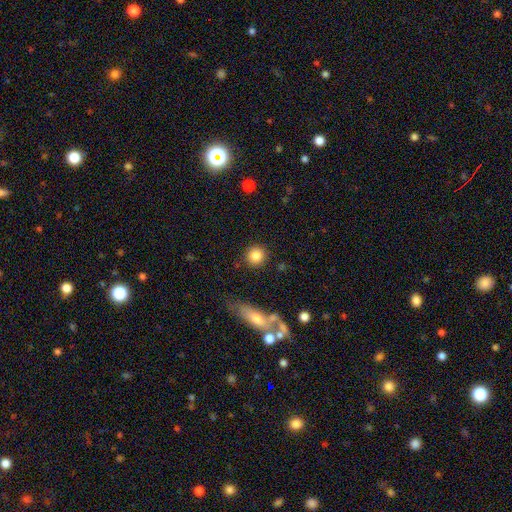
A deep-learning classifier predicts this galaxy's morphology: The model was most divided on "smooth or featured": smooth: 84%, star or artifact: 9%, featured or disk: 7%. More confident: how rounded — round (92%); merging — none (88%).